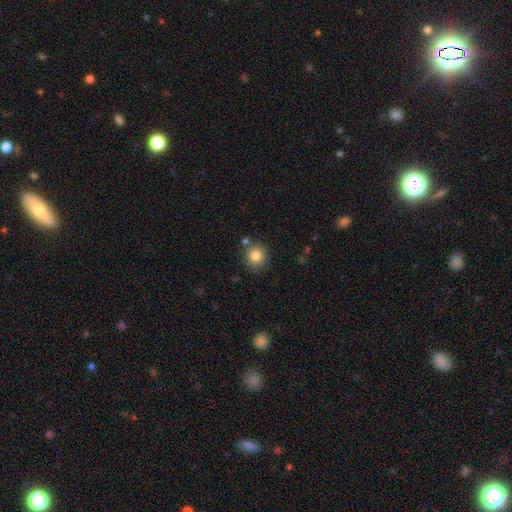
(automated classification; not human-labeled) Morphology: type=smooth (82%); roundness=round (89%); merging=none (81%).